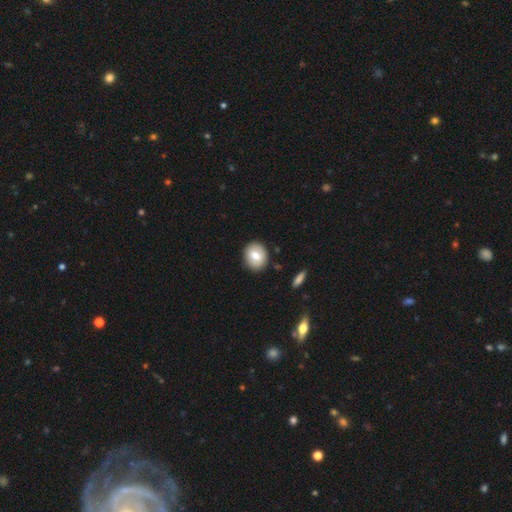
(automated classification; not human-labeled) smooth-or-featured: smooth: 73% | featured or disk: 20% | star or artifact: 7%
  how-rounded: round: 60% | in between: 38% | cigar-shaped: 1%
  merging: none: 87% | minor disturbance: 9% | major disturbance: 2% | merger: 2%